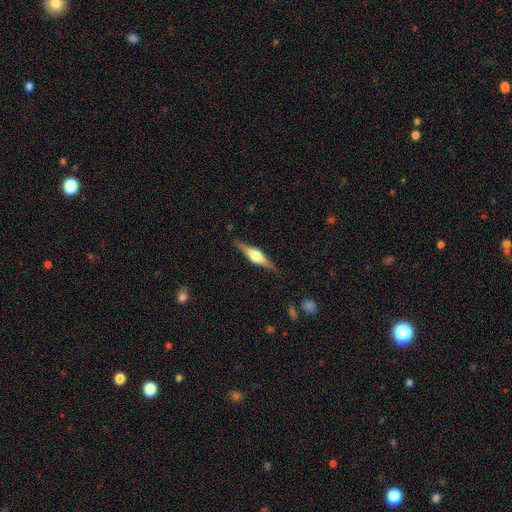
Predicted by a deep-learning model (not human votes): The model was most divided on "smooth or featured": featured or disk: 74%, smooth: 21%, star or artifact: 6%. More confident: edge-on disk — yes (97%); edge-on bulge — rounded (88%); merging — none (86%).